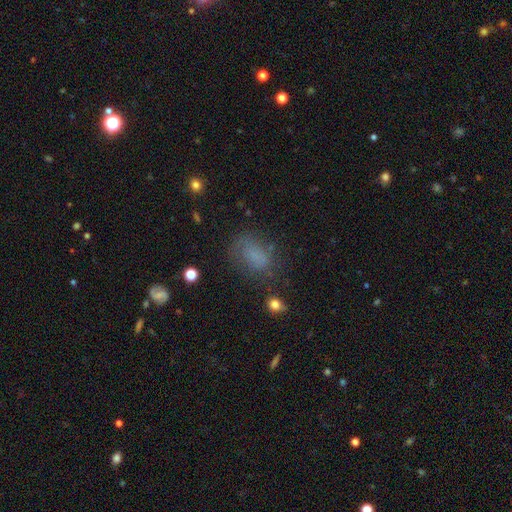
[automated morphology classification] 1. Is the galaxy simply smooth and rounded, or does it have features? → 67% smooth, 18% star or artifact, 15% featured or disk.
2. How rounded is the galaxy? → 81% in between, 16% round, 3% cigar-shaped.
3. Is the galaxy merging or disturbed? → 56% none, 24% minor disturbance, 17% major disturbance, 3% merger.